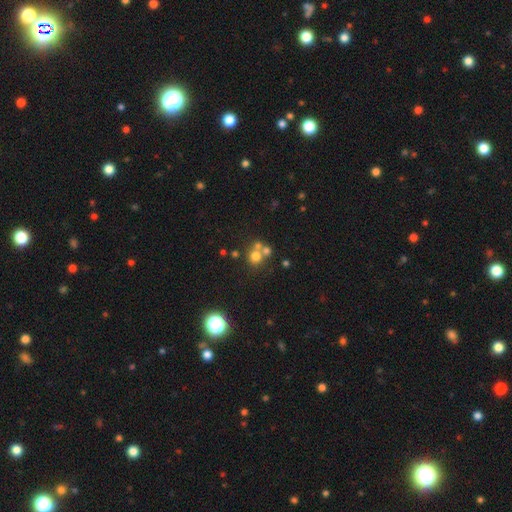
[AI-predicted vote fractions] This appears to be a smooth galaxy with no disk features (66%) that is round (86%). Merging: none (49%).